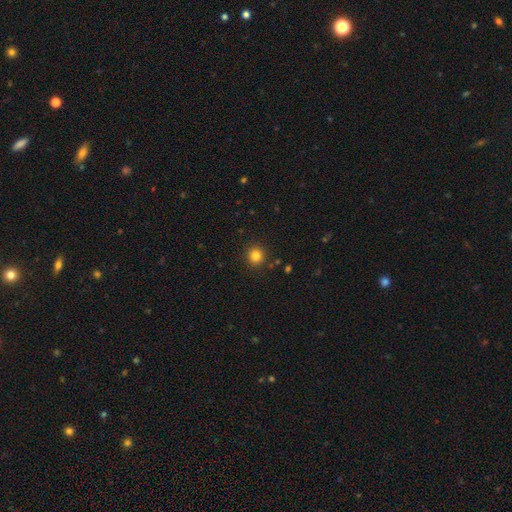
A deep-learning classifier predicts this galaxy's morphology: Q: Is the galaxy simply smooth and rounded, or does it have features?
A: smooth — 83%.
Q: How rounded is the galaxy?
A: round — 93%.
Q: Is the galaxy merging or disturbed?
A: none — 91%.